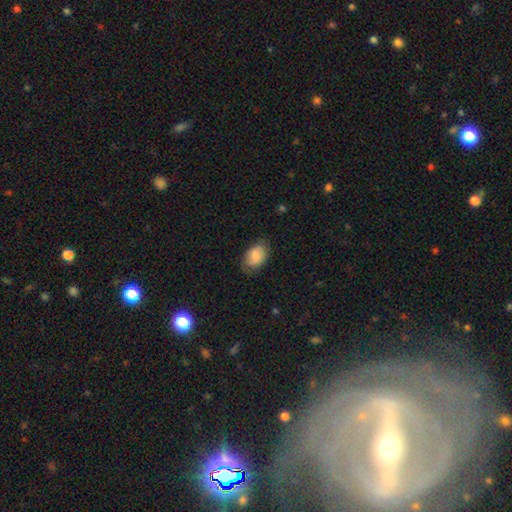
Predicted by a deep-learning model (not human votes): Smooth or featured: smooth — 82% (featured or disk — 11%)
How rounded: in between — 86% (round — 13%)
Merging: none — 76% (minor disturbance — 19%)